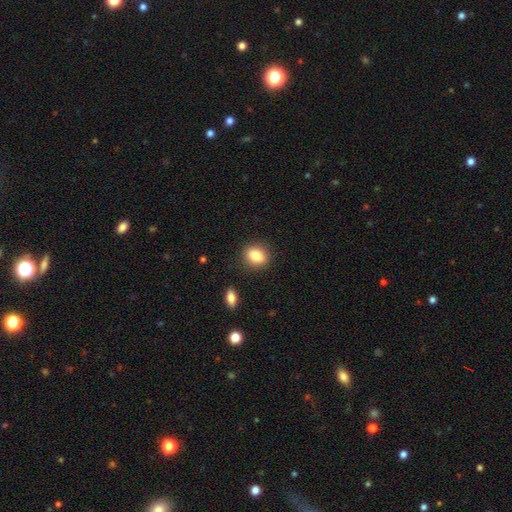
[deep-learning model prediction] The model was most divided on "how rounded": in between: 51%, round: 48%, cigar-shaped: 2%. More confident: merging — none (87%); smooth or featured — smooth (84%).